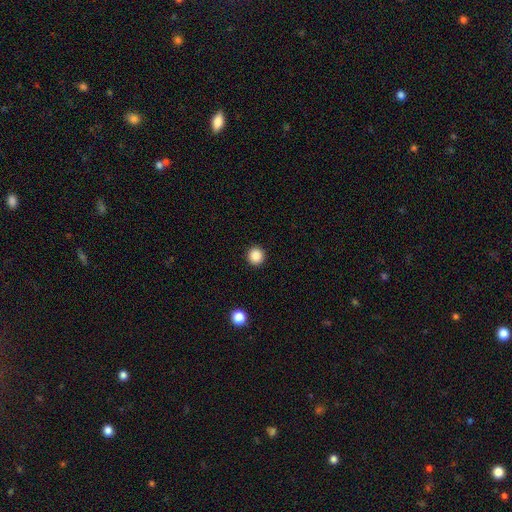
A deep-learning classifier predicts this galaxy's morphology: A smooth galaxy with no disk features (87%) that is round (95%).

Vote fractions:
- Smooth or featured? smooth: 87% / star or artifact: 10% / featured or disk: 3%
- How rounded? round: 95% / in between: 4% / cigar-shaped: 1%
- Merging? none: 93% / minor disturbance: 4% / major disturbance: 2% / merger: 1%